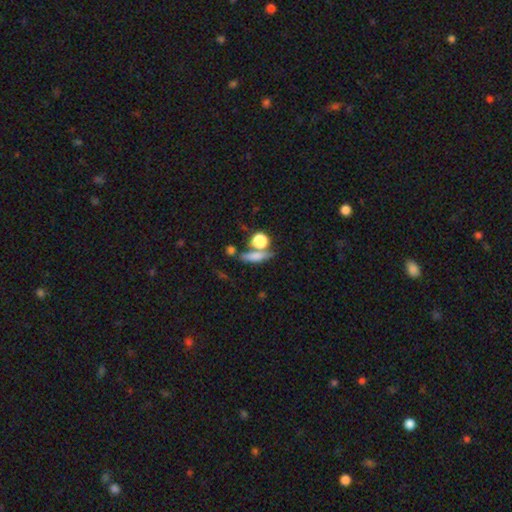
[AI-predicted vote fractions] Smooth or featured?
  - smooth: 69% *
  - featured or disk: 18%
  - star or artifact: 13%
How rounded?
  - cigar-shaped: 43% *
  - round: 31%
  - in between: 26%
Merging?
  - none: 63% *
  - merger: 19%
  - minor disturbance: 12%
  - major disturbance: 6%